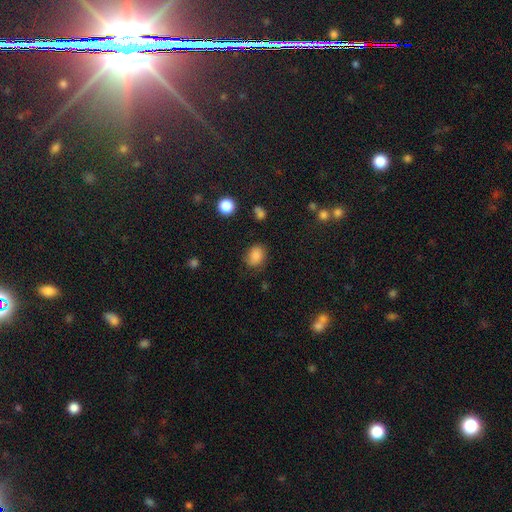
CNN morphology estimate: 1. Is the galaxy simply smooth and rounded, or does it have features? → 82% smooth, 10% star or artifact, 8% featured or disk.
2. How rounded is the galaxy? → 50% in between, 49% round, 1% cigar-shaped.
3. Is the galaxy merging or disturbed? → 69% none, 22% minor disturbance, 7% major disturbance, 2% merger.